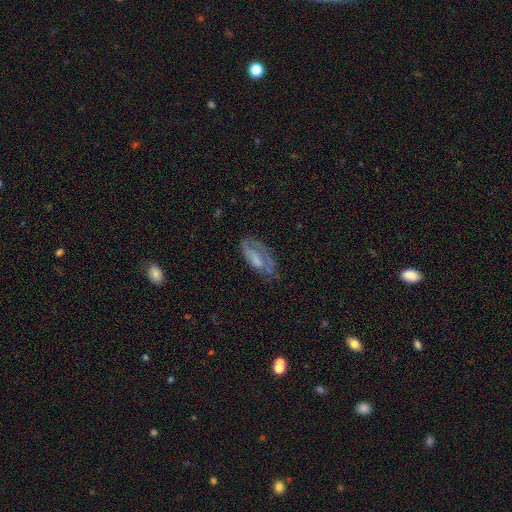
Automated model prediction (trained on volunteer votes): A featured or disk galaxy (52%).

Vote fractions:
- Smooth or featured? featured or disk: 52% / smooth: 36% / star or artifact: 11%
- Edge-on disk? no: 87% / yes: 13%
- Merging? none: 59% / minor disturbance: 24% / major disturbance: 15% / merger: 2%